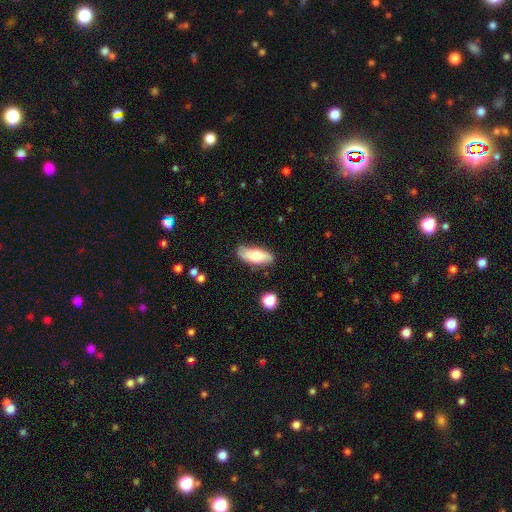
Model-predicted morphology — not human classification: Smooth or featured?
  - smooth: 76% *
  - featured or disk: 18%
  - star or artifact: 7%
How rounded?
  - in between: 78% *
  - cigar-shaped: 20%
  - round: 2%
Merging?
  - none: 78% *
  - minor disturbance: 17%
  - major disturbance: 3%
  - merger: 2%